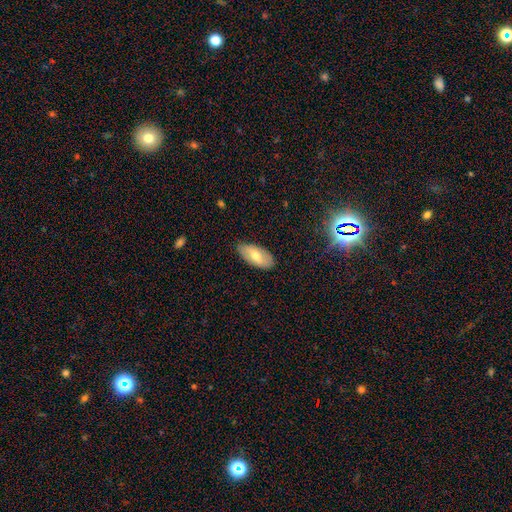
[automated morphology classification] Overall: smooth (61%; featured or disk 33%). How rounded: in between (92%). Merging: none (83%).